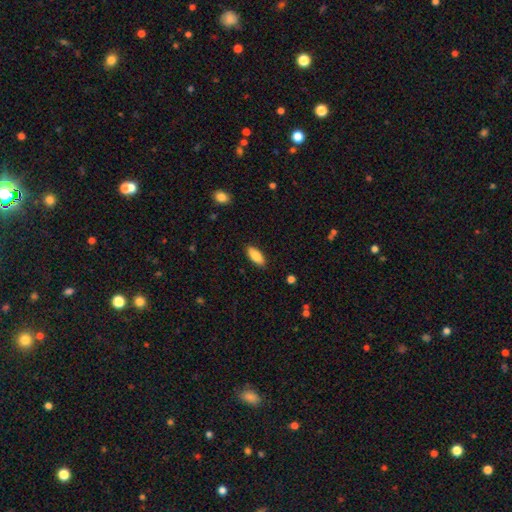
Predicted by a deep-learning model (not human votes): Smooth or featured: smooth — 86% (featured or disk — 8%)
How rounded: in between — 79% (cigar-shaped — 19%)
Merging: none — 89% (minor disturbance — 8%)